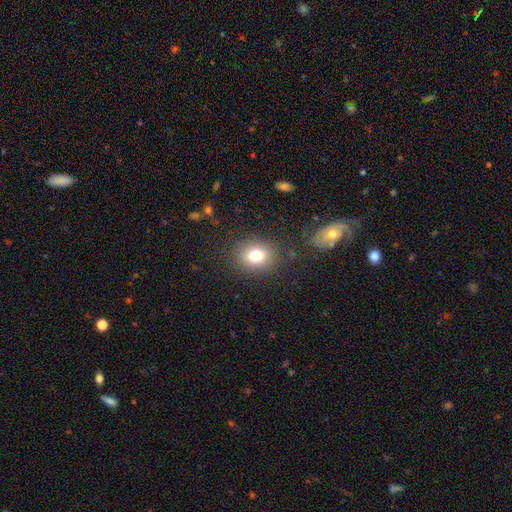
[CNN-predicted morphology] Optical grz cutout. It shows a smooth galaxy with no disk features (77%) that is round (60%). Merging: none (84%).